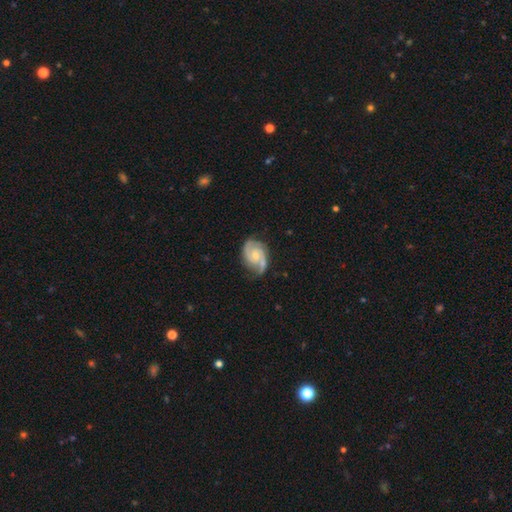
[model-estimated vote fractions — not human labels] The model was most divided on "spiral winding": medium: 46%, tight: 42%, loose: 12%. More confident: edge-on disk — no (98%); spiral arms — yes (97%); smooth or featured — featured or disk (86%); spiral arm count — 2 (81%); merging — none (70%); bar — no (63%); bulge size — moderate (50%).